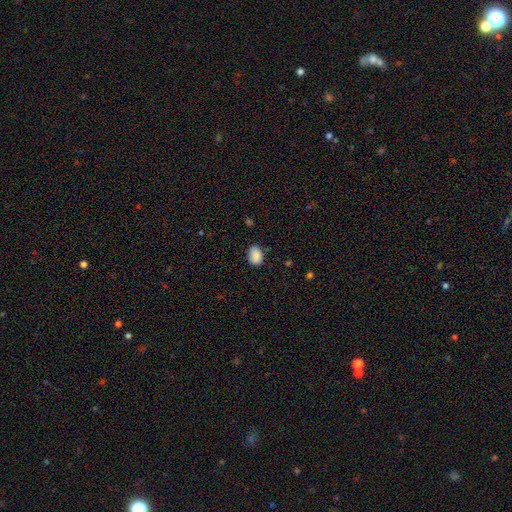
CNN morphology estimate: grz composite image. It shows a smooth galaxy with no disk features (88%) that is in between round and cigar-shaped (80%). Merging: none (73%).